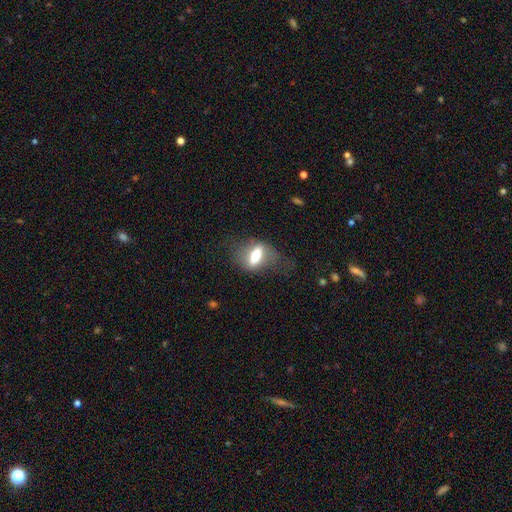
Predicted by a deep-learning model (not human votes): Smooth or featured?
  - featured or disk: 46% *
  - smooth: 45%
  - star or artifact: 9%
Merging?
  - none: 63% *
  - major disturbance: 18%
  - minor disturbance: 17%
  - merger: 2%